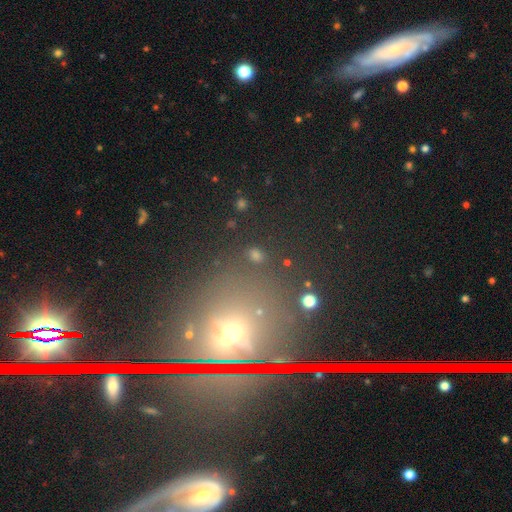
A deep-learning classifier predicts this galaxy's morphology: smooth-or-featured: smooth: 50% | star or artifact: 38% | featured or disk: 11%
  how-rounded: round: 57% | in between: 39% | cigar-shaped: 4%
  merging: none: 78% | minor disturbance: 9% | merger: 7% | major disturbance: 6%